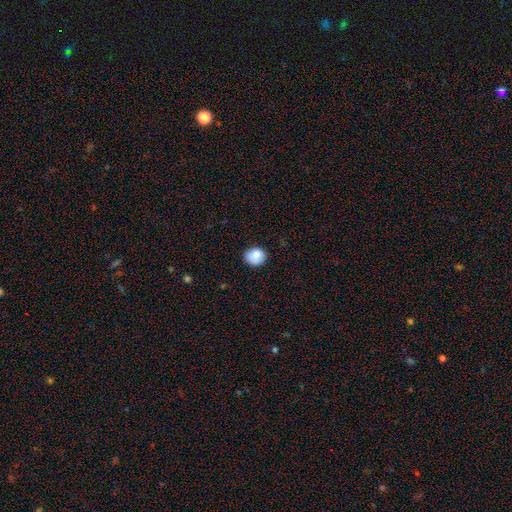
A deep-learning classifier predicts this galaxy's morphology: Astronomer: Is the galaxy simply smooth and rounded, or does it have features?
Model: smooth — 84%.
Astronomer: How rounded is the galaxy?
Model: round — 67%.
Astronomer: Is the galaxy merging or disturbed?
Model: none — 78%.